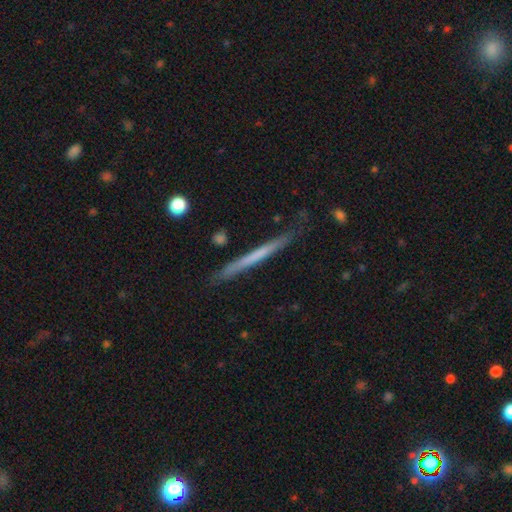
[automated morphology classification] smooth_or_featured: smooth (p=0.50) [alt: featured or disk p=0.45]
merging: none (p=0.83) [alt: minor disturbance p=0.13]